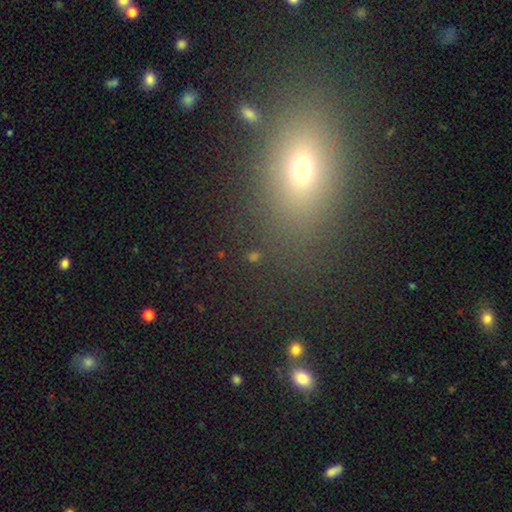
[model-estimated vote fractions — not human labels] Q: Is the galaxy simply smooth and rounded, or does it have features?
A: smooth — 52%.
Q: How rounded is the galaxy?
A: round — 57%.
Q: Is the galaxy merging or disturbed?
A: none — 78%.